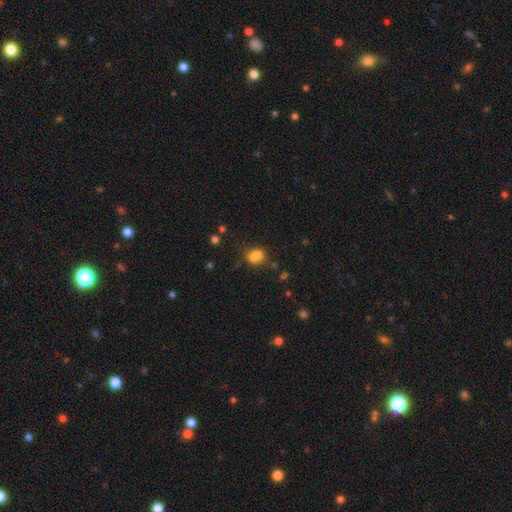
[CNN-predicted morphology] smooth_or_featured: smooth (p=0.70) [alt: featured or disk p=0.15]
how_rounded: round (p=0.52) [alt: in between p=0.47]
merging: merger (p=0.42) [alt: none p=0.37]